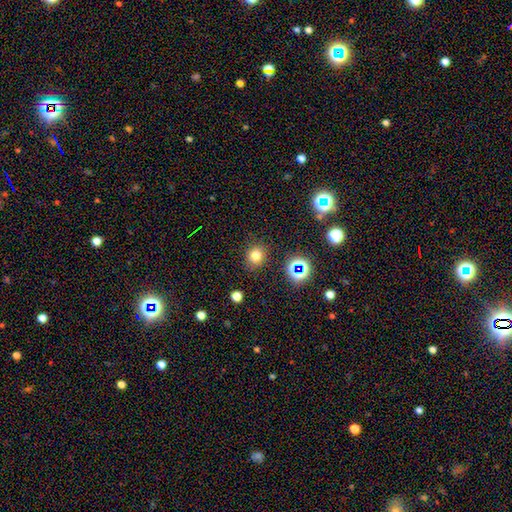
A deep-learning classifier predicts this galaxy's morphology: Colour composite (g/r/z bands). It shows a smooth galaxy with no disk features (74%) that is round (81%). Merging: none (87%).